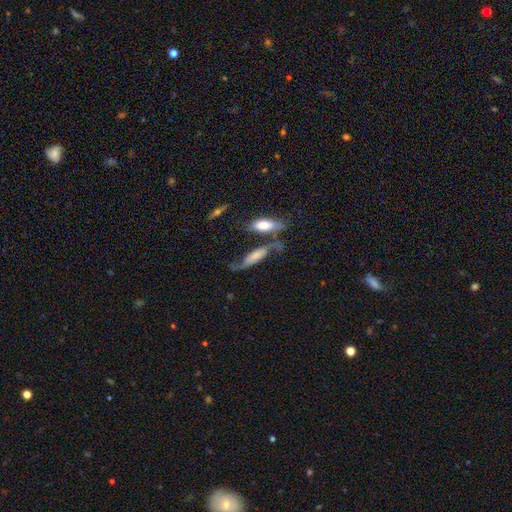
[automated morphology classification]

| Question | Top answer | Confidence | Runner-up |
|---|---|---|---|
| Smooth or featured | featured or disk | 50% | smooth (42%) |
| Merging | none | 42% | minor disturbance (22%) |